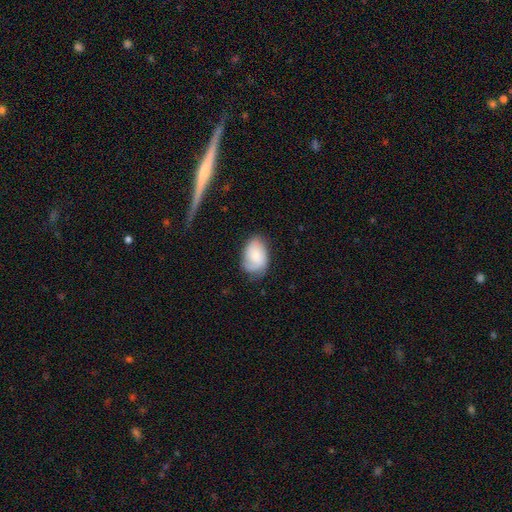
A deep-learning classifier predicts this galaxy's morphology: smooth-or-featured: smooth: 66% | featured or disk: 27% | star or artifact: 7%
  how-rounded: in between: 84% | round: 15% | cigar-shaped: 1%
  merging: none: 61% | minor disturbance: 29% | major disturbance: 9% | merger: 2%